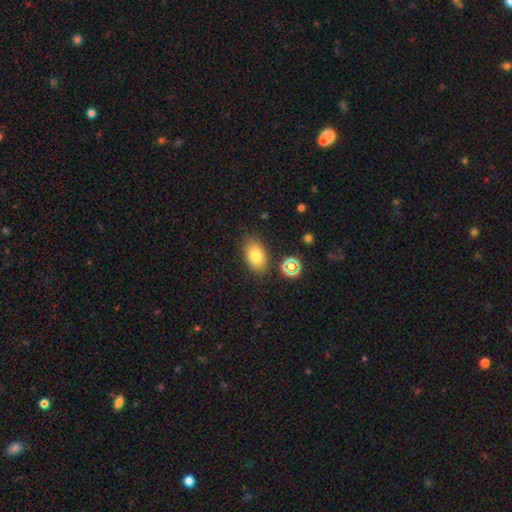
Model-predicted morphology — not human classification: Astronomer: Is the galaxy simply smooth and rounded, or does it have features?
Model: smooth — 79%.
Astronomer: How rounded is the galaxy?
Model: in between — 88%.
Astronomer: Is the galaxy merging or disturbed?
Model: none — 82%.